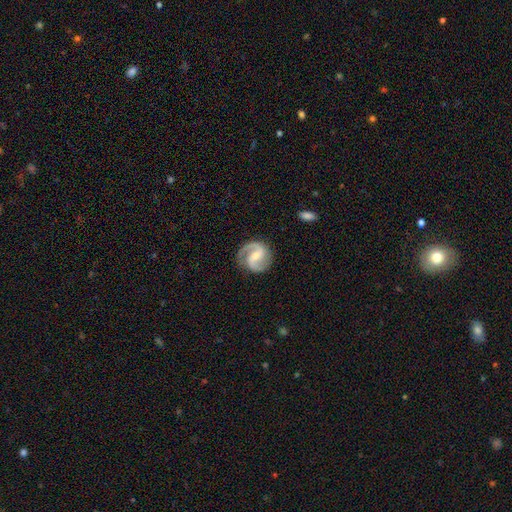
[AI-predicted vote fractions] This appears to be a featured or disk galaxy (90%) with a weak bar (45%), 2 (93%) medium (59%) spiral arms (98%) and a small central bulge (52%). Merging: none (85%).